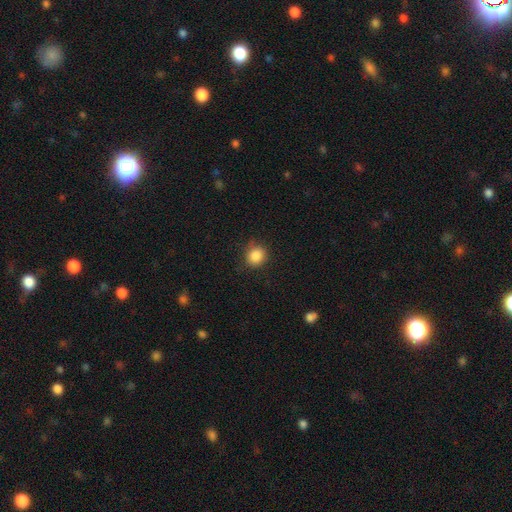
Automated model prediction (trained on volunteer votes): The model was most divided on "merging": none: 82%, minor disturbance: 14%, major disturbance: 3%, merger: 1%. More confident: smooth or featured — smooth (87%); how rounded — round (84%).